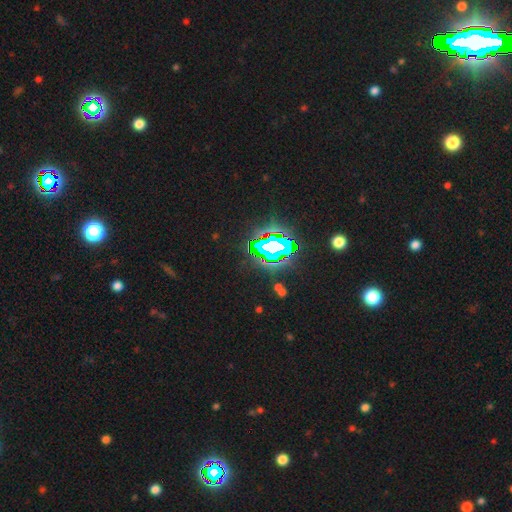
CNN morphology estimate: star or artifact 83%, smooth 10%, featured or disk 7%.